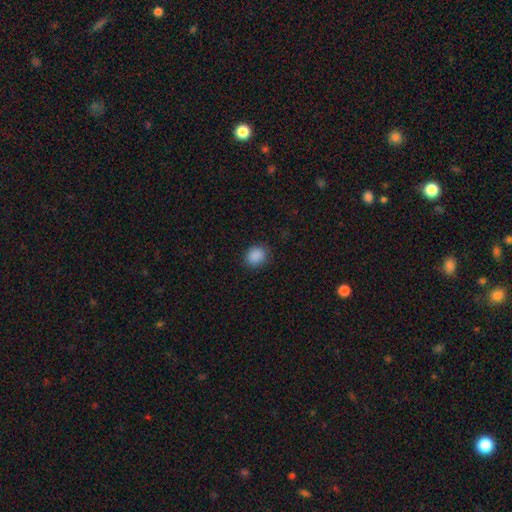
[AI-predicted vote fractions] Smooth or featured?
  - smooth: 88% *
  - star or artifact: 9%
  - featured or disk: 3%
How rounded?
  - round: 65% *
  - in between: 34%
  - cigar-shaped: 1%
Merging?
  - none: 87% *
  - minor disturbance: 9%
  - major disturbance: 3%
  - merger: 1%